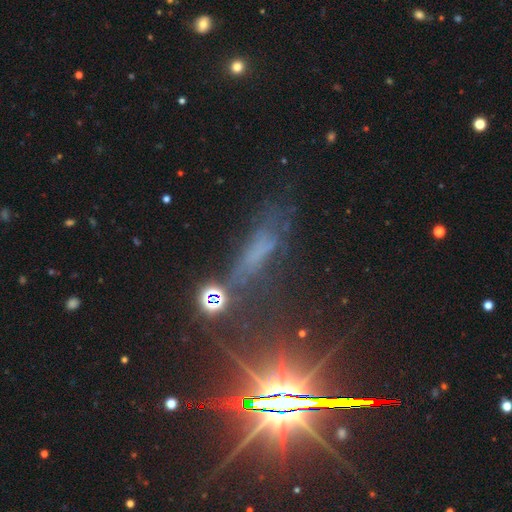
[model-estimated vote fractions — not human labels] Morphology: type=star or artifact (47%).